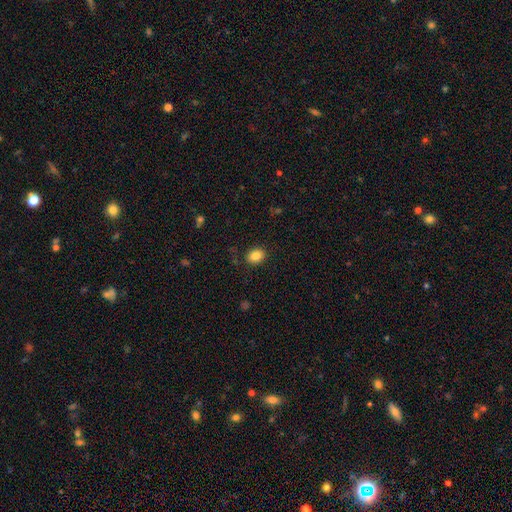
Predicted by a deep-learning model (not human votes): A smooth galaxy with no disk features (84%) that is in between round and cigar-shaped (53%).

Vote fractions:
- Smooth or featured? smooth: 84% / star or artifact: 10% / featured or disk: 6%
- How rounded? in between: 53% / round: 46% / cigar-shaped: 1%
- Merging? none: 87% / minor disturbance: 9% / major disturbance: 3% / merger: 1%